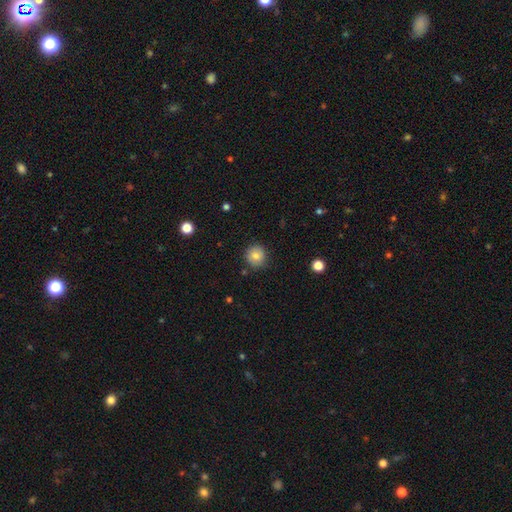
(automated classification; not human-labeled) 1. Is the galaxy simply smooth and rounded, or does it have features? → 79% smooth, 11% featured or disk, 10% star or artifact.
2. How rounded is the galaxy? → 92% round, 7% in between, 1% cigar-shaped.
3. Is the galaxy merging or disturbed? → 86% none, 10% minor disturbance, 2% major disturbance, 2% merger.